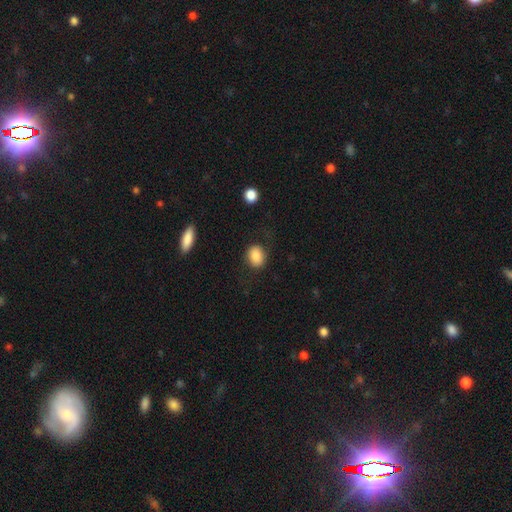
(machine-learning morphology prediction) Smooth or featured?
  - smooth: 85% *
  - star or artifact: 8%
  - featured or disk: 7%
How rounded?
  - in between: 54% *
  - round: 44%
  - cigar-shaped: 1%
Merging?
  - none: 79% *
  - minor disturbance: 14%
  - major disturbance: 6%
  - merger: 2%